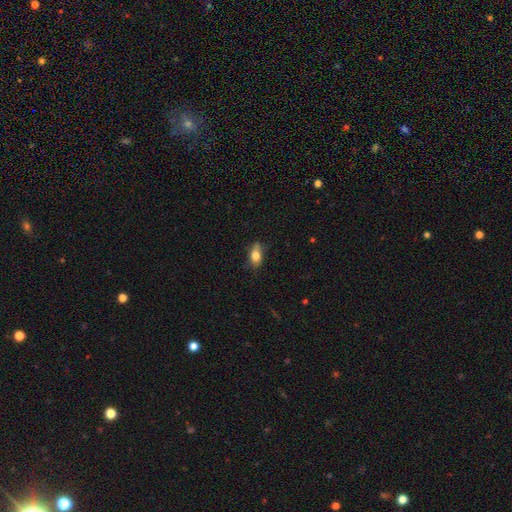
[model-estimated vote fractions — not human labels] Smooth or featured? smooth (76%)
How rounded? in between (81%)
Merging? none (72%)